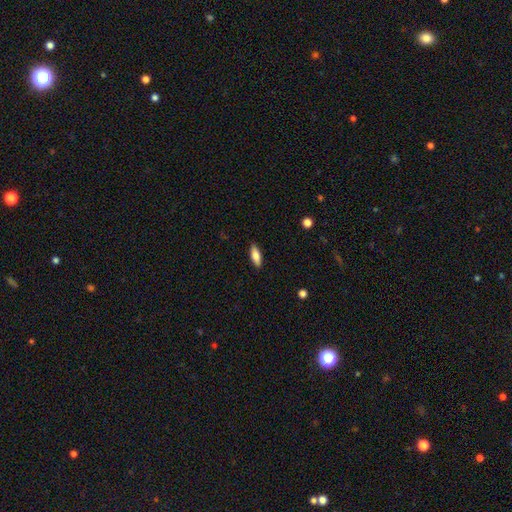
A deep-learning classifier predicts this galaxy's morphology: The model was most divided on "how rounded": in between: 67%, cigar-shaped: 31%, round: 2%. More confident: merging — none (89%); smooth or featured — smooth (79%).